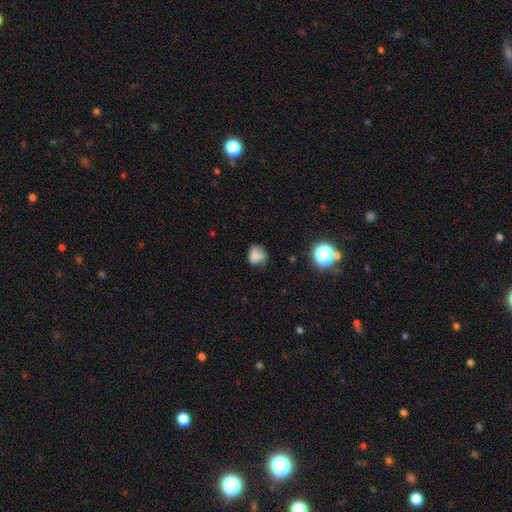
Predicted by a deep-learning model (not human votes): Smooth or featured? smooth (68%)
How rounded? round (56%)
Merging? none (46%)